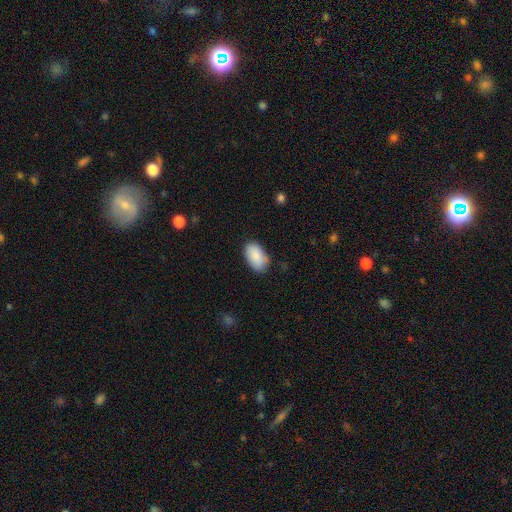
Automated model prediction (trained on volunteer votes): A smooth galaxy with no disk features (87%) that is in between round and cigar-shaped (93%).

Vote fractions:
- Smooth or featured? smooth: 87% / star or artifact: 7% / featured or disk: 6%
- How rounded? in between: 93% / round: 6% / cigar-shaped: 1%
- Merging? none: 77% / minor disturbance: 18% / major disturbance: 3% / merger: 1%